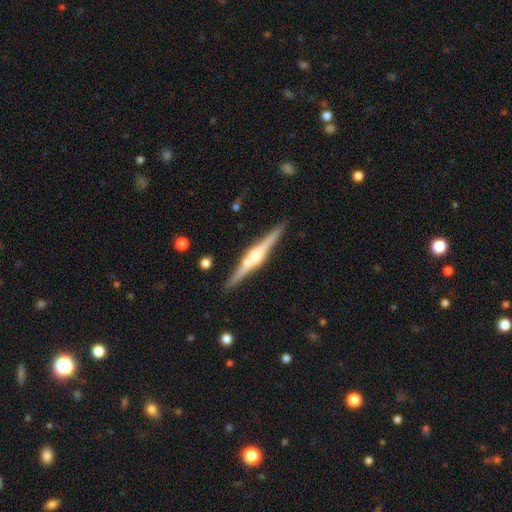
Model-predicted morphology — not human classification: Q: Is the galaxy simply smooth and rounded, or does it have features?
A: featured or disk — 82%.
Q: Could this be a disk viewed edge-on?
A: yes — 98%.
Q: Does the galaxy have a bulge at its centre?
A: rounded — 86%.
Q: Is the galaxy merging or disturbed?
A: none — 87%.